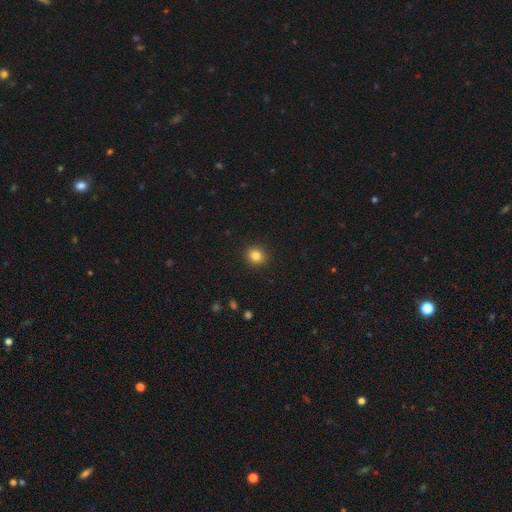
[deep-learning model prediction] A smooth galaxy with no disk features (83%) that is round (87%).

Vote fractions:
- Smooth or featured? smooth: 83% / star or artifact: 11% / featured or disk: 6%
- How rounded? round: 87% / in between: 12% / cigar-shaped: 1%
- Merging? none: 92% / minor disturbance: 6% / major disturbance: 2% / merger: 1%